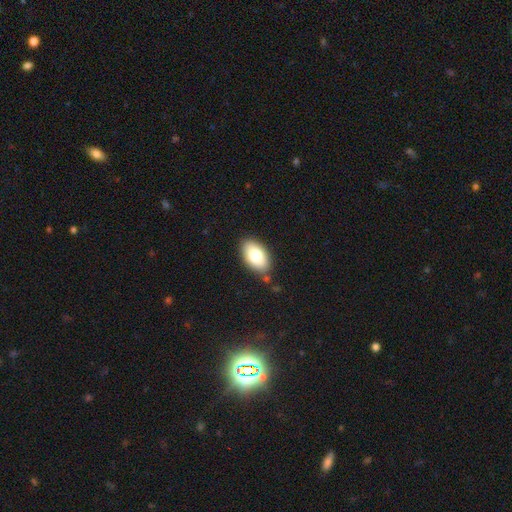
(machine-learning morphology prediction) Overall: smooth (78%). How rounded: in between (94%). Merging: none (82%).